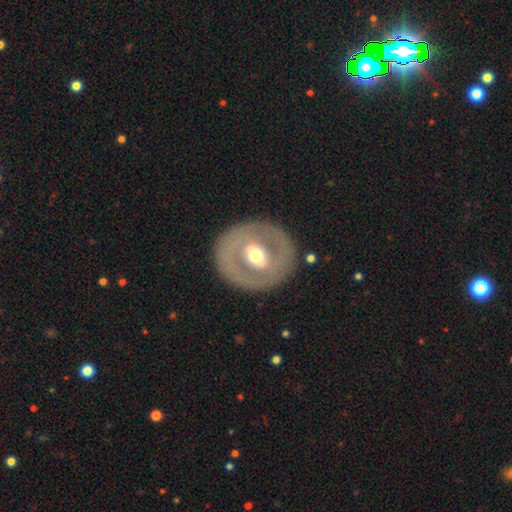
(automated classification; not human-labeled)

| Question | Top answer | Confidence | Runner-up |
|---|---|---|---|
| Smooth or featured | featured or disk | 64% | smooth (30%) |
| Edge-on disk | no | 92% | yes (8%) |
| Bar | strong | 36% | weak (35%) |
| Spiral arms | no | 81% | yes (19%) |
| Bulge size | moderate | 71% | large (16%) |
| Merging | none | 84% | minor disturbance (9%) |